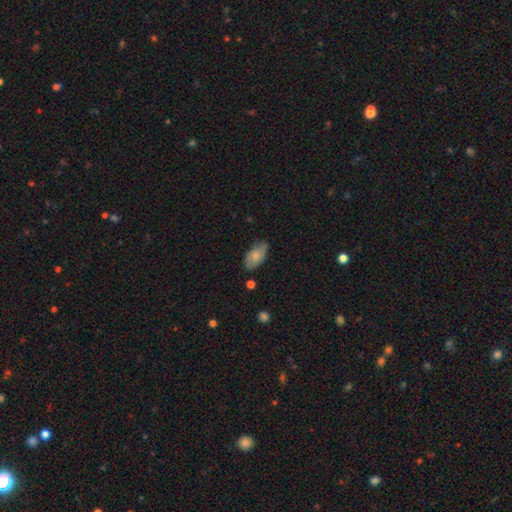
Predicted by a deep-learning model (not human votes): Smooth or featured: smooth — 74% (featured or disk — 19%)
How rounded: in between — 93% (round — 4%)
Merging: none — 66% (minor disturbance — 27%)